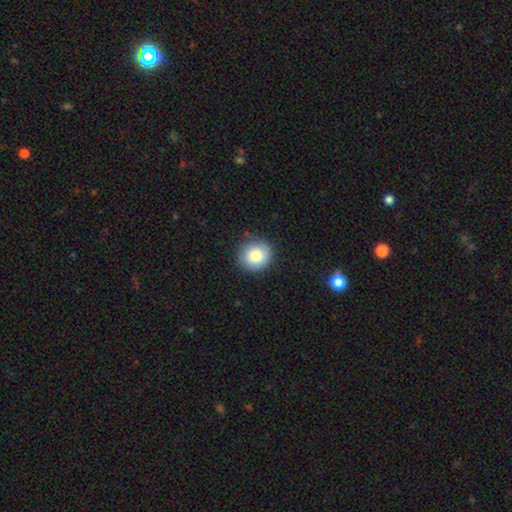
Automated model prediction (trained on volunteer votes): smooth 80%, featured or disk 10%, star or artifact 9%. Down the decision tree: how rounded — round (88%); merging — none (87%).